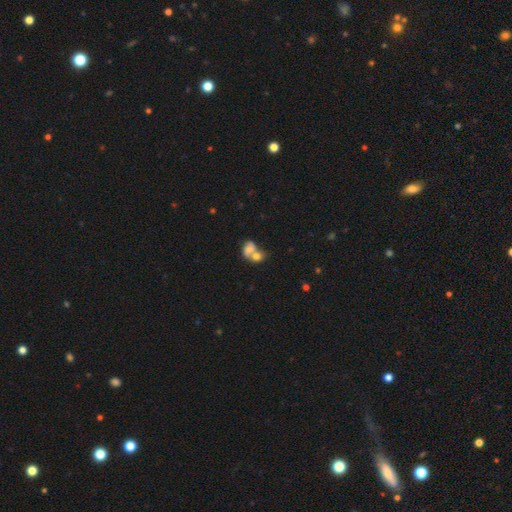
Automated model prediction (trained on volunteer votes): Overall: smooth (65%; featured or disk 25%). How rounded: in between (60%; round 38%). Merging: merger (72%).